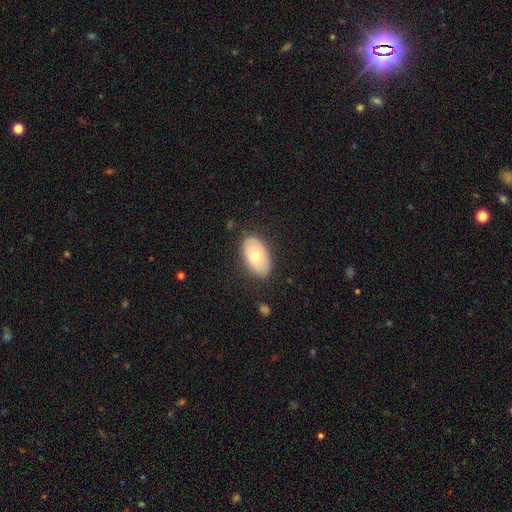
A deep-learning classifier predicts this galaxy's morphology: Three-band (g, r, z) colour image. It shows a smooth galaxy with no disk features (67%) that is in between round and cigar-shaped (93%). Merging: none (83%).